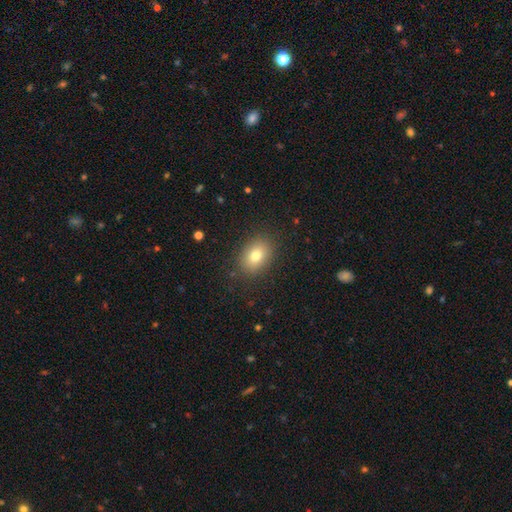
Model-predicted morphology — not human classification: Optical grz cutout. It shows a smooth galaxy with no disk features (78%) that is in between round and cigar-shaped (75%). Merging: none (87%).